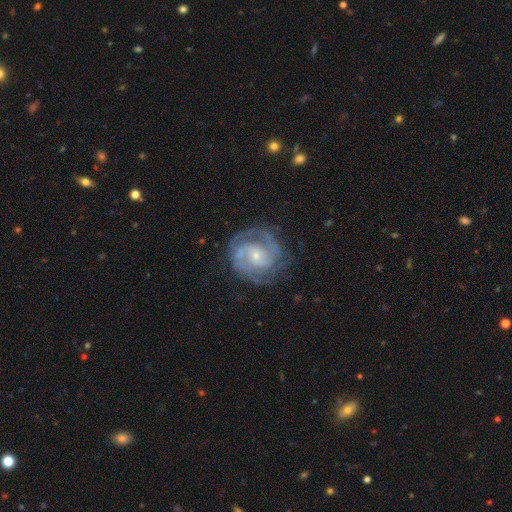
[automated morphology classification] The model was most divided on "spiral winding": tight: 51%, medium: 41%, loose: 8%. More confident: edge-on disk — no (98%); spiral arms — yes (97%); smooth or featured — featured or disk (88%); merging — none (74%); bulge size — small (70%); spiral arm count — 2 (57%); bar — no (55%).